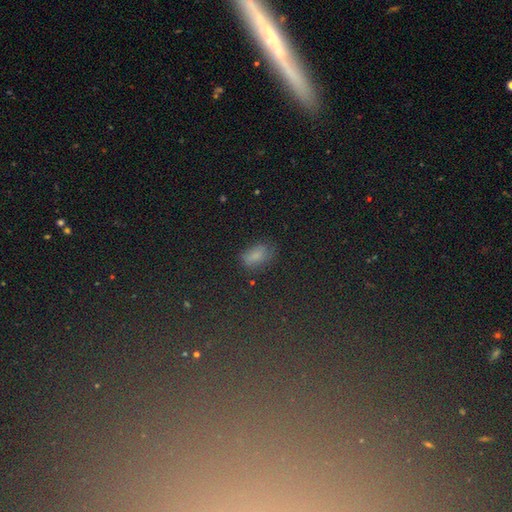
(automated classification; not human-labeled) This appears to be a smooth galaxy with no disk features (69%) that is in between round and cigar-shaped (88%). Merging: none (65%).